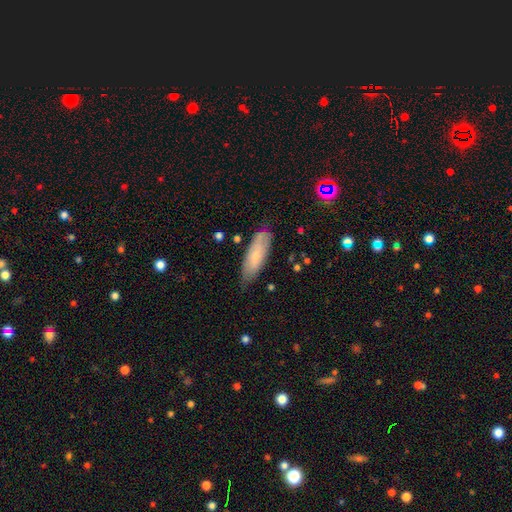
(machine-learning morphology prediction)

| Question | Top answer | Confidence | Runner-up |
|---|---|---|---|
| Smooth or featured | smooth | 69% | featured or disk (25%) |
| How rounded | in between | 60% | cigar-shaped (38%) |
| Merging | none | 70% | minor disturbance (24%) |